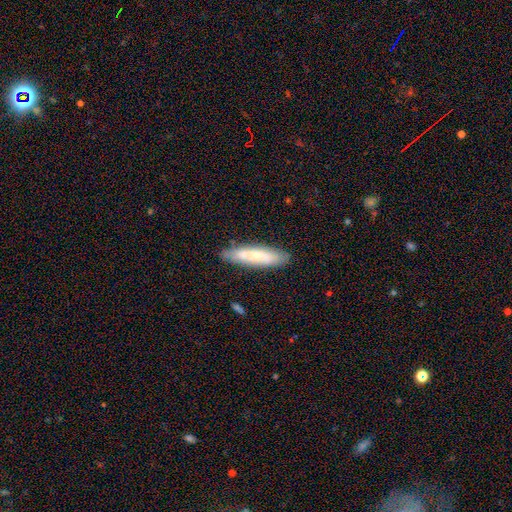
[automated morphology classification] This appears to be a smooth galaxy with no disk features (62%) that is cigar-shaped (79%). Merging: none (83%).